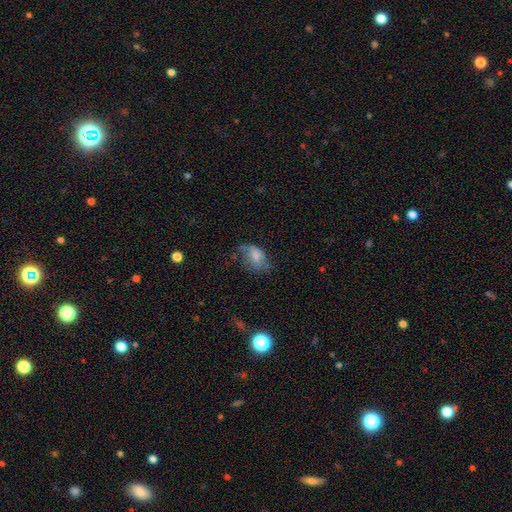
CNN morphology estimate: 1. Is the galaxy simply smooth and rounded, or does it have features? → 59% smooth, 32% featured or disk, 10% star or artifact.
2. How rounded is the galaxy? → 84% in between, 14% round, 2% cigar-shaped.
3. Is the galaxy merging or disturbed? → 36% none, 32% minor disturbance, 29% major disturbance, 3% merger.